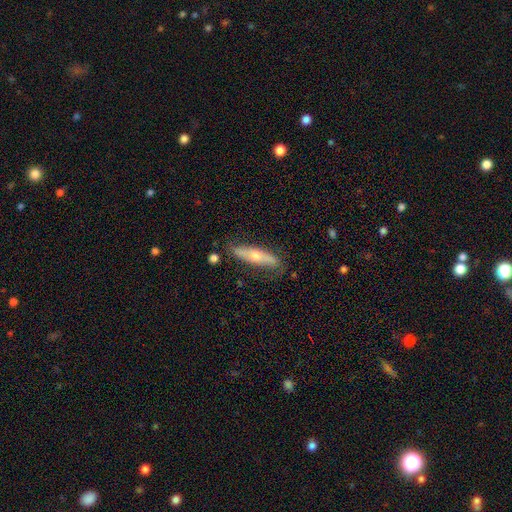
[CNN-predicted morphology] This appears to be a smooth galaxy with no disk features (49%). Merging: none (77%).